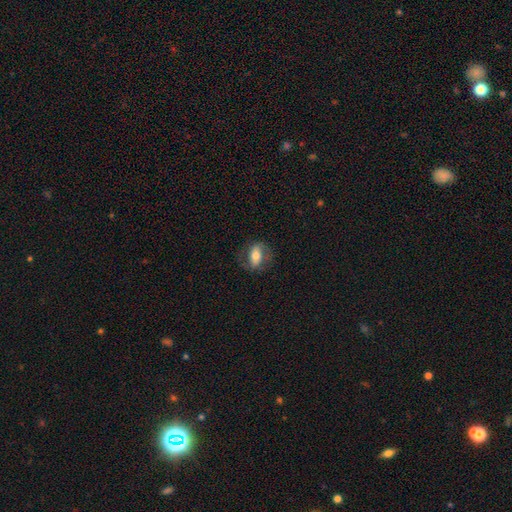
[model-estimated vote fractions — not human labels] Smooth or featured?
  - smooth: 49% *
  - featured or disk: 44%
  - star or artifact: 7%
Merging?
  - none: 73% *
  - minor disturbance: 17%
  - major disturbance: 10%
  - merger: 1%